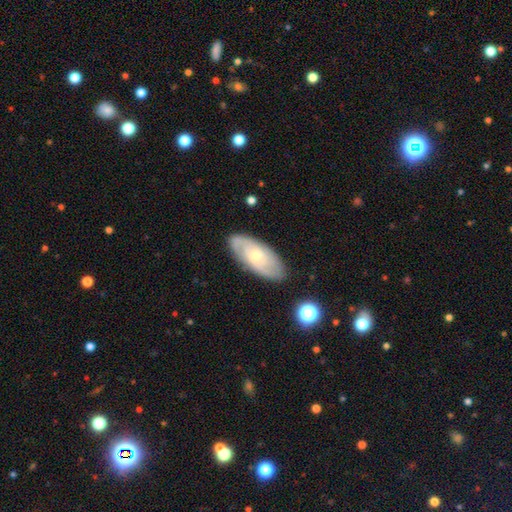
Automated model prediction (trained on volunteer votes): Overall: featured or disk (63%; smooth 31%). Edge-on disk: no (88%). Bar: no (65%; weak 30%). Spiral arms: yes (81%). Bulge size: small (48%; moderate 47%). Merging: none (81%).